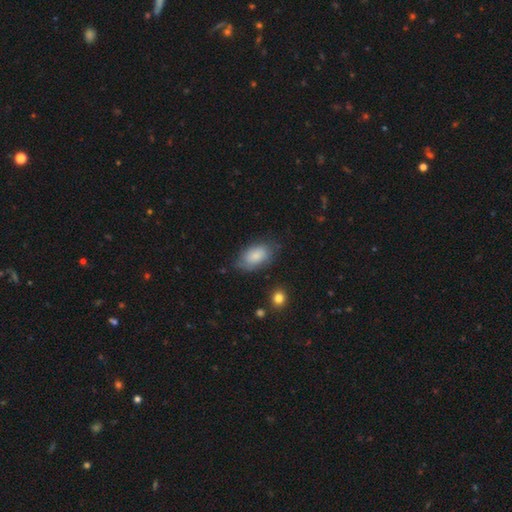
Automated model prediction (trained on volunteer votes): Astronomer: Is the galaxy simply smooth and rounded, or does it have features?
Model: smooth — 80%.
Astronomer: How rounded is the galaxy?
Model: in between — 93%.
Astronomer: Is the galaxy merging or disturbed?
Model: none — 68%.